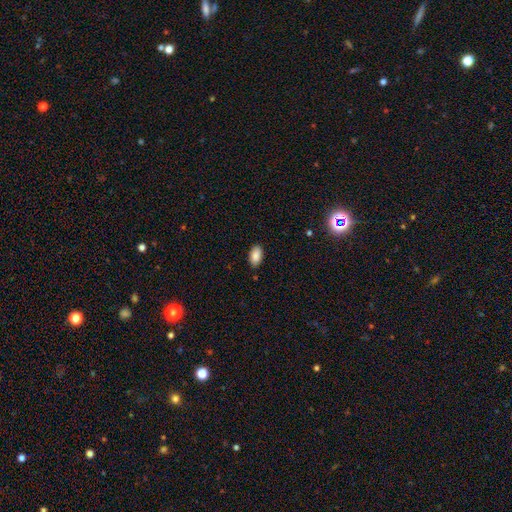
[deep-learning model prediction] This is clearly a smooth galaxy (88%). How rounded: clearly in between (94%). Merging: clearly none (87%).